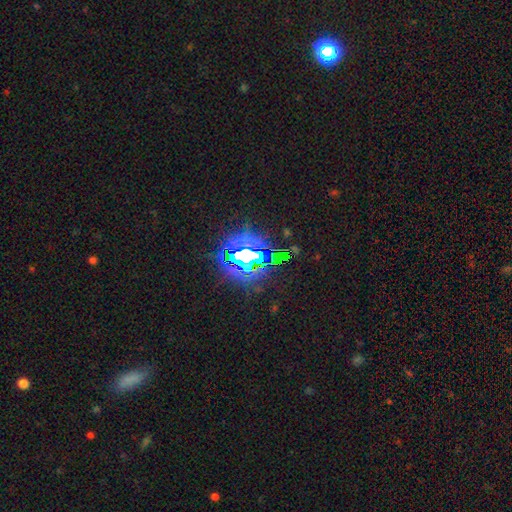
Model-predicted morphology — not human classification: A star or artifact, not a galaxy (80%).